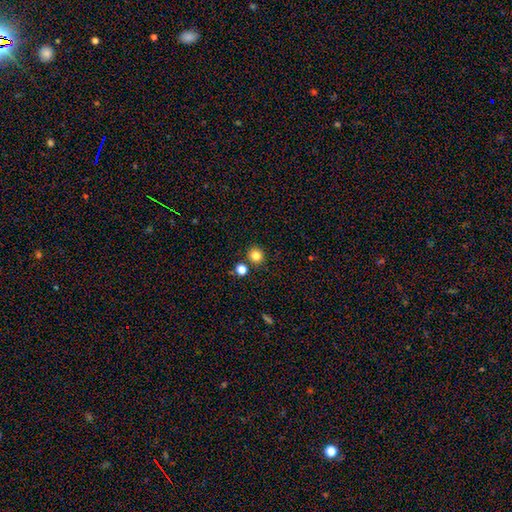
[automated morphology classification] smooth-or-featured: smooth: 82% | star or artifact: 13% | featured or disk: 5%
  how-rounded: round: 94% | in between: 6% | cigar-shaped: 1%
  merging: none: 87% | merger: 6% | minor disturbance: 6% | major disturbance: 2%